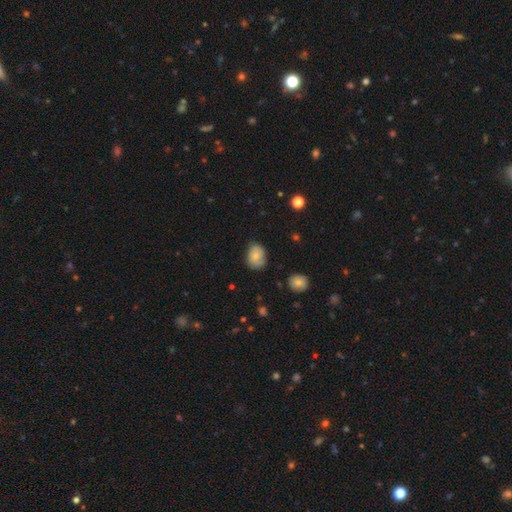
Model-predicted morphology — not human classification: Smooth or featured: smooth — 65% (featured or disk — 27%)
How rounded: in between — 60% (round — 39%)
Merging: none — 66% (minor disturbance — 26%)